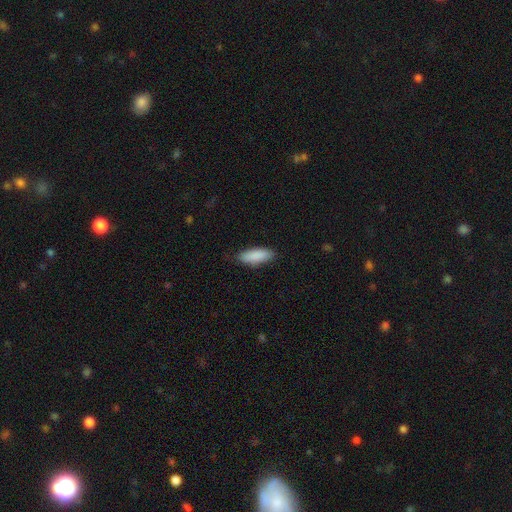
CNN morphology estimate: This appears to be a smooth galaxy with no disk features (89%) that is in between round and cigar-shaped (67%). Merging: none (85%).